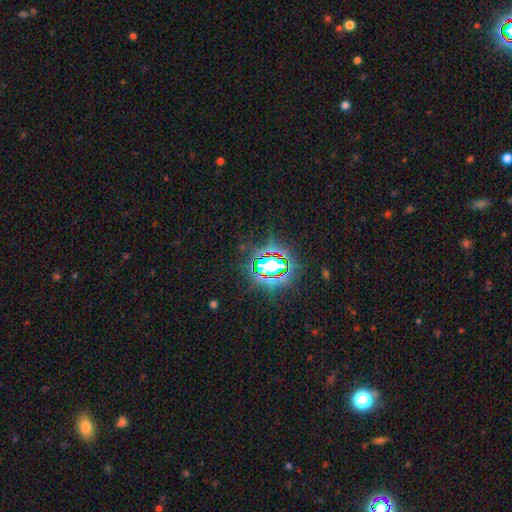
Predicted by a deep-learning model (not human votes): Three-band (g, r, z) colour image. It shows a star or artifact, not a galaxy (81%).